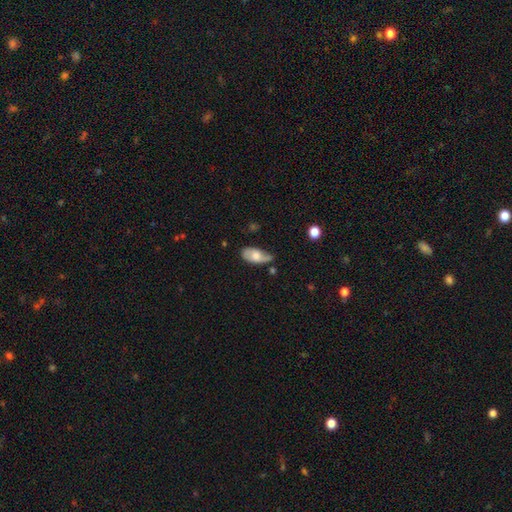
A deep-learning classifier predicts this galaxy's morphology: smooth 57%, featured or disk 36%, star or artifact 7%. Down the decision tree: how rounded — in between (90%); merging — minor disturbance (41%).